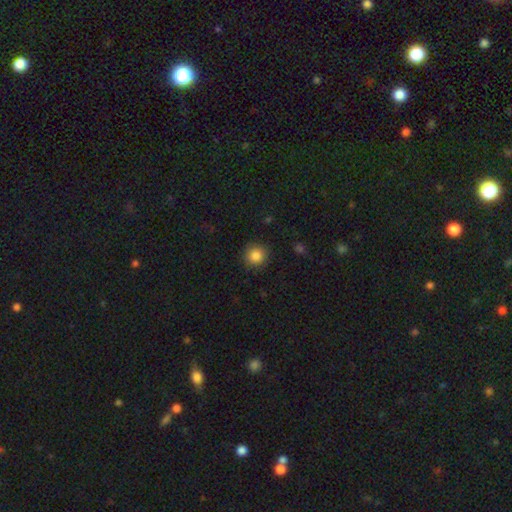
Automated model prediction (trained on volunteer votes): Smooth or featured: smooth — 85% (star or artifact — 10%)
How rounded: round — 93% (in between — 6%)
Merging: none — 88% (minor disturbance — 9%)